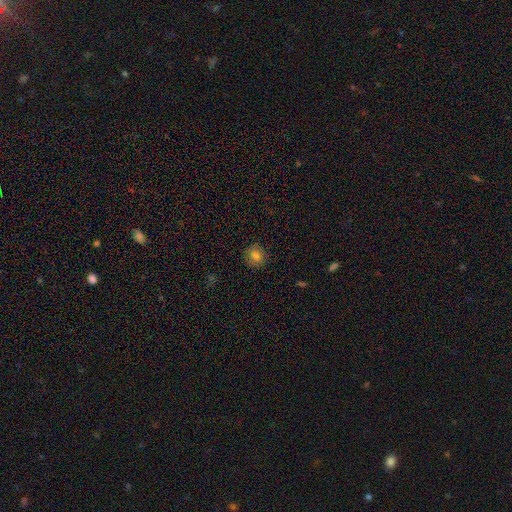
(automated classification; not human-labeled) A smooth galaxy with no disk features (78%) that is round (84%). Merging: none (89%).